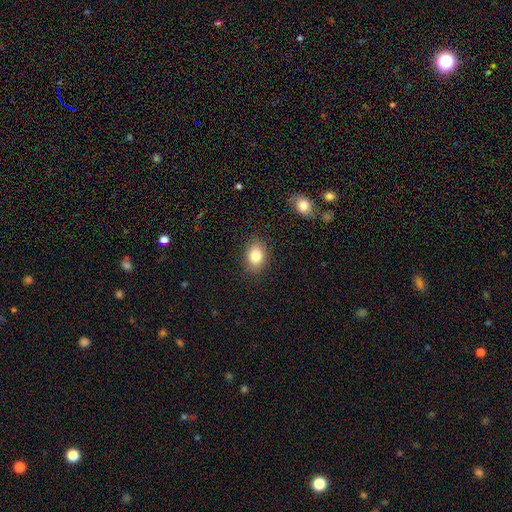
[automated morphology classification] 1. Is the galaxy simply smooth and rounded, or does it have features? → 83% smooth, 9% star or artifact, 8% featured or disk.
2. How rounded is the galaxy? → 68% in between, 31% round, 1% cigar-shaped.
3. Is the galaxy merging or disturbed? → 87% none, 9% minor disturbance, 3% major disturbance, 1% merger.